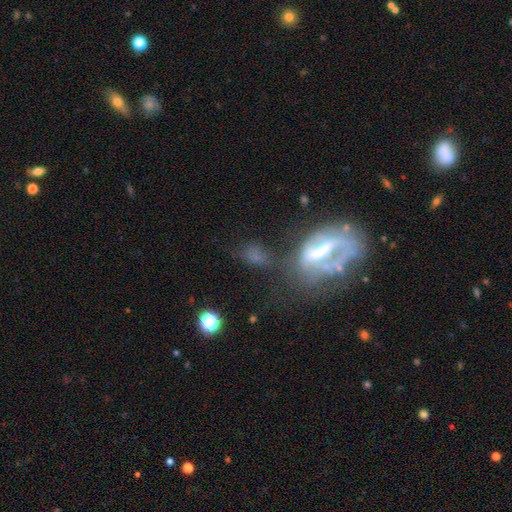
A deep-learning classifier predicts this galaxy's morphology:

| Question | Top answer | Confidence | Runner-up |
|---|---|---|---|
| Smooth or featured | featured or disk | 42% | smooth (39%) |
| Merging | none | 36% | major disturbance (26%) |